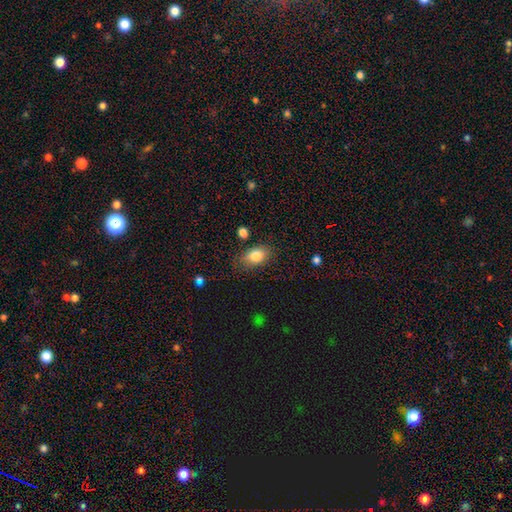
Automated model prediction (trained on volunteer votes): This appears to be a smooth galaxy with no disk features (82%) that is in between round and cigar-shaped (86%). Merging: none (77%).